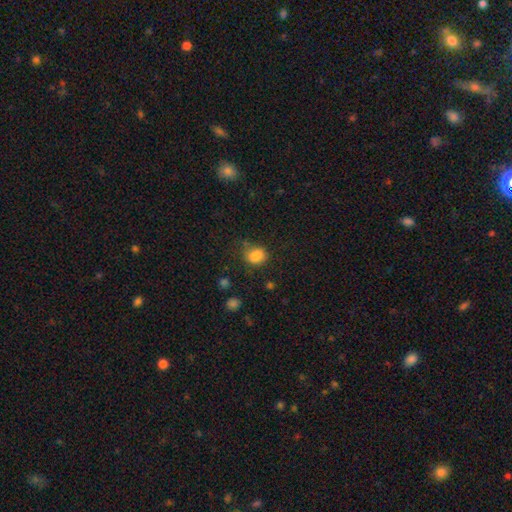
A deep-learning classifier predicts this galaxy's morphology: Smooth or featured? Predicted: smooth (p=0.82). How rounded? Predicted: round (p=0.54). Merging? Predicted: none (p=0.63).